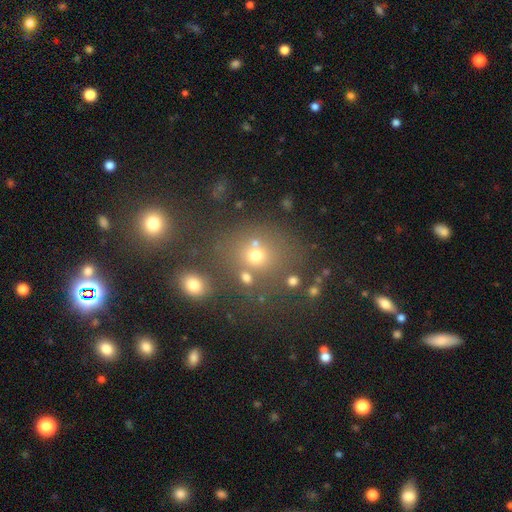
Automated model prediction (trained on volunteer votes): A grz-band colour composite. It shows a smooth galaxy with no disk features (64%) that is round (77%). Merging: none (62%).